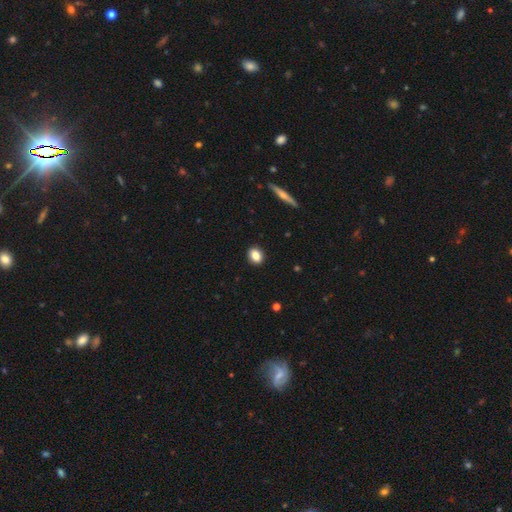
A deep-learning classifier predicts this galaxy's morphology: A smooth galaxy with no disk features (84%) that is in between round and cigar-shaped (49%, tied with round).

Vote fractions:
- Smooth or featured? smooth: 84% / star or artifact: 9% / featured or disk: 7%
- How rounded? in between: 49% (tied) / round: 49% (tied) / cigar-shaped: 2%
- Merging? none: 91% / minor disturbance: 6% / major disturbance: 2% / merger: 1%